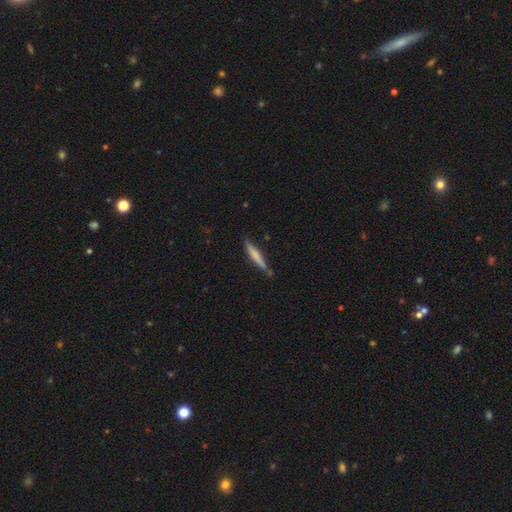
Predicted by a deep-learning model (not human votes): Morphology: type=smooth (64%); roundness=cigar-shaped (93%); merging=none (76%).